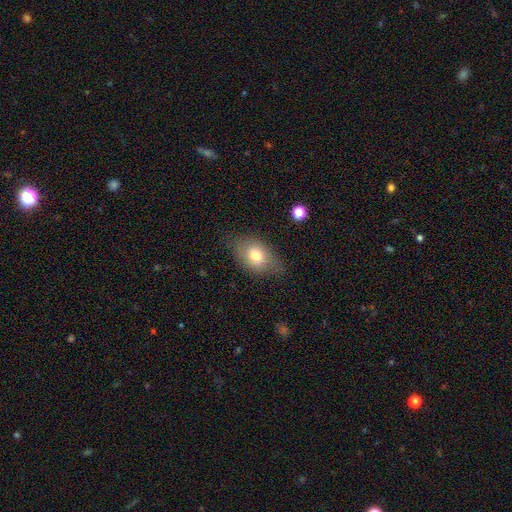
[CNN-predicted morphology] smooth_or_featured: smooth (p=0.72) [alt: featured or disk p=0.19]
how_rounded: in between (p=0.81) [alt: round p=0.18]
merging: none (p=0.71) [alt: minor disturbance p=0.21]